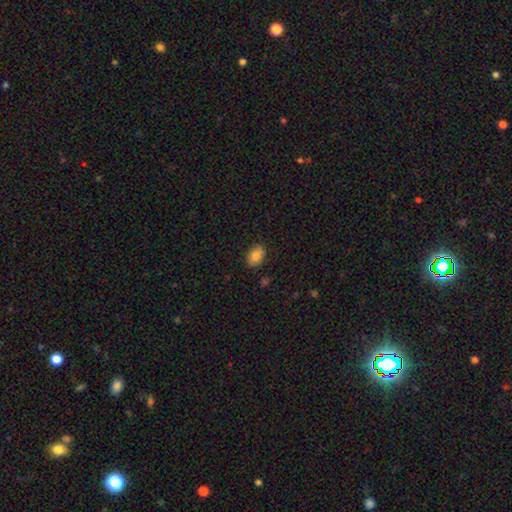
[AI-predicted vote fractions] Smooth or featured? Predicted: smooth (p=0.86). How rounded? Predicted: in between (p=0.87). Merging? Predicted: none (p=0.86).